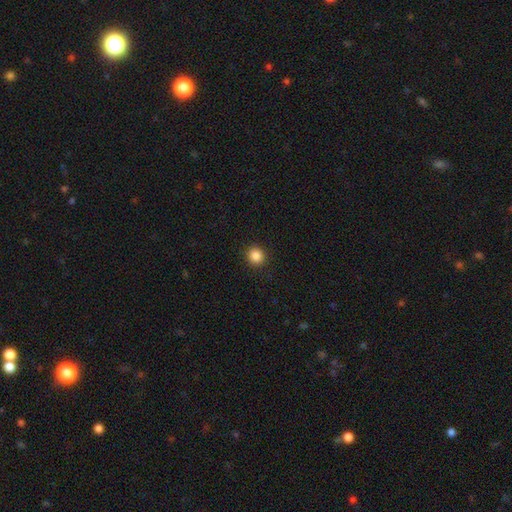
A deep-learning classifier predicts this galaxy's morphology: The model was most divided on "smooth or featured": smooth: 87%, star or artifact: 10%, featured or disk: 3%. More confident: merging — none (92%); how rounded — round (91%).